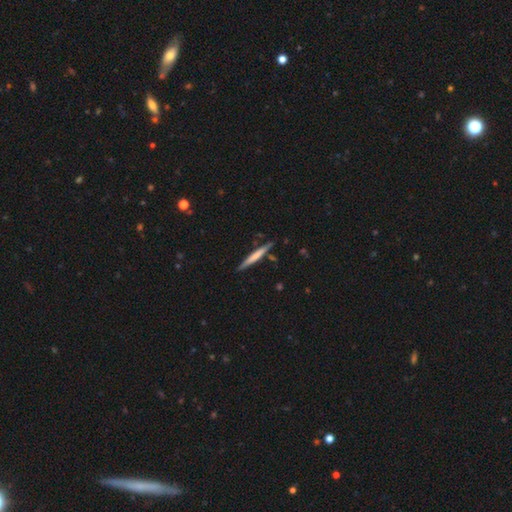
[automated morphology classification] smooth 55%, featured or disk 40%, star or artifact 5%. Down the decision tree: how rounded — cigar-shaped (96%); merging — none (86%).